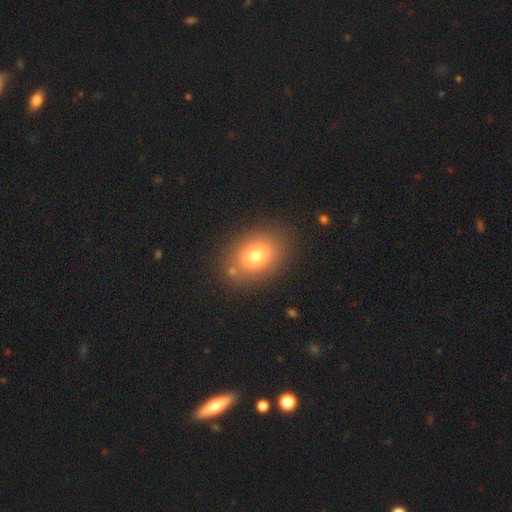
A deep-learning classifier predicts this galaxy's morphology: Overall: smooth (75%). How rounded: in between (70%). Merging: none (81%).